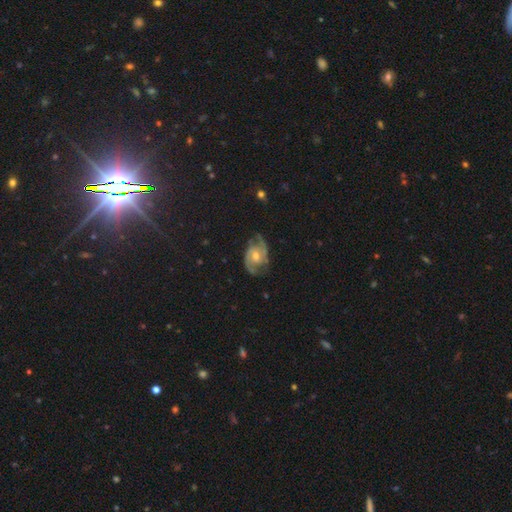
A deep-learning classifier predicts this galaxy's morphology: A featured or disk galaxy (82%) with no bar (53%), 2 (80%) medium (50%) spiral arms (96%) and a moderate central bulge (59%).

Vote fractions:
- Smooth or featured? featured or disk: 82% / smooth: 9% / star or artifact: 9%
- Edge-on disk? no: 97% / yes: 3%
- Bar? no: 53% / weak: 39% / strong: 8%
- Spiral arms? yes: 96% / no: 4%
- Spiral winding? medium: 50% / tight: 34% / loose: 17%
- Spiral arm count? 2: 80% / can't tell: 7% / 3: 6% / 1: 2% / 4: 2% / more than 4: 2%
- Bulge size? moderate: 59% / small: 34% / large: 3% / none: 2% / dominant: 1%
- Merging? none: 72% / minor disturbance: 19% / major disturbance: 7% / merger: 1%